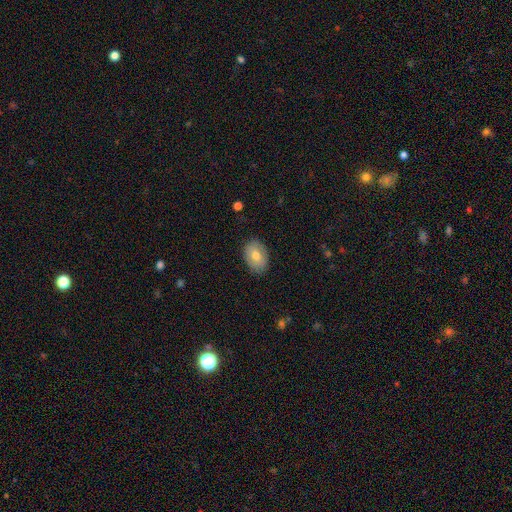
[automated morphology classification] Smooth or featured: smooth — 71% (featured or disk — 22%)
How rounded: in between — 82% (round — 17%)
Merging: none — 86% (minor disturbance — 11%)